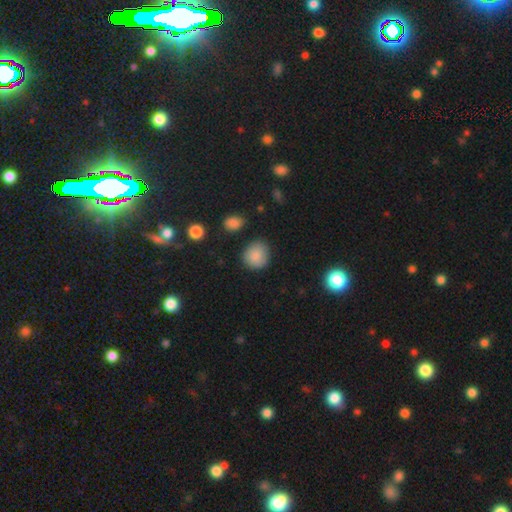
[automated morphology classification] smooth 85%, star or artifact 8%, featured or disk 7%. Down the decision tree: how rounded — round (83%); merging — none (78%).